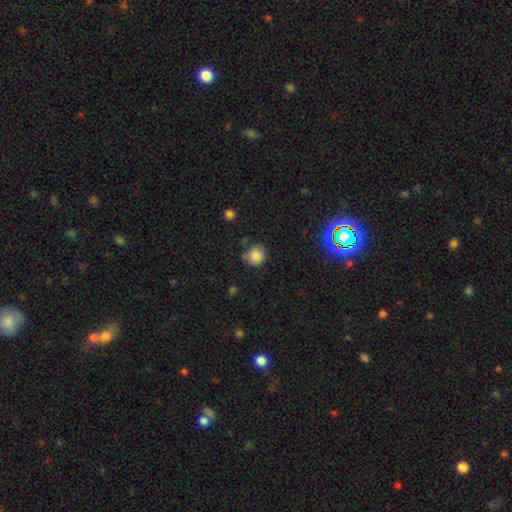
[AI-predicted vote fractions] Smooth or featured? Predicted: smooth (p=0.84). How rounded? Predicted: round (p=0.87). Merging? Predicted: none (p=0.70).